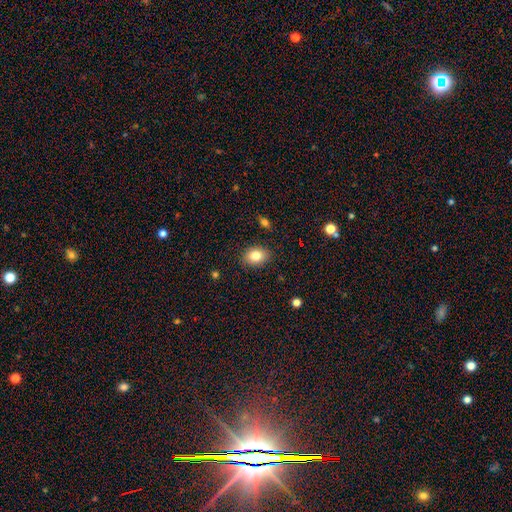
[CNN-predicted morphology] This is clearly a smooth galaxy (82%). How rounded: likely in between (69%). Merging: clearly none (87%).